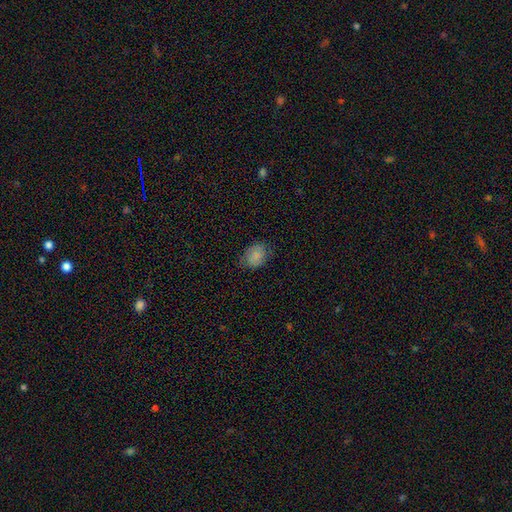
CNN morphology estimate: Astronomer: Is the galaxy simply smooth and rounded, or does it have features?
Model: smooth — 81%.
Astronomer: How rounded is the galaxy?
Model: in between — 62%.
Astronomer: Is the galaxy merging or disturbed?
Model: none — 73%.